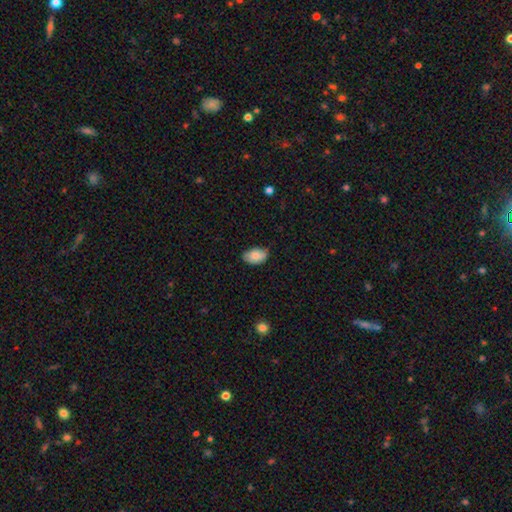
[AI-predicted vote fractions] Smooth or featured: smooth — 85% (featured or disk — 8%)
How rounded: in between — 91% (round — 8%)
Merging: none — 73% (minor disturbance — 23%)